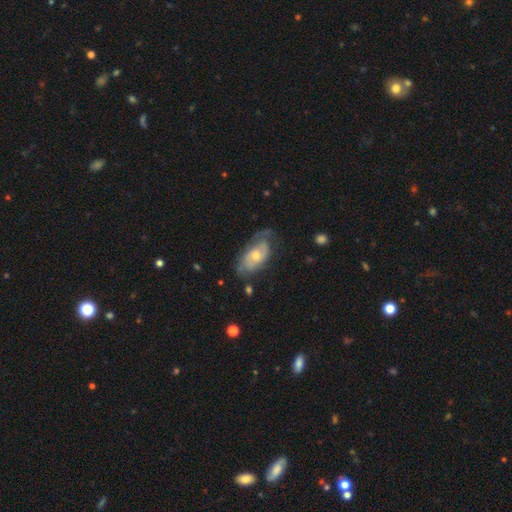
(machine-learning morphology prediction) Smooth or featured: featured or disk — 58% (smooth — 36%)
Edge-on disk: no — 92% (yes — 8%)
Bar: no — 74% (weak — 22%)
Spiral arms: yes — 74% (no — 26%)
Bulge size: moderate — 49% (small — 45%)
Merging: none — 48% (minor disturbance — 30%)